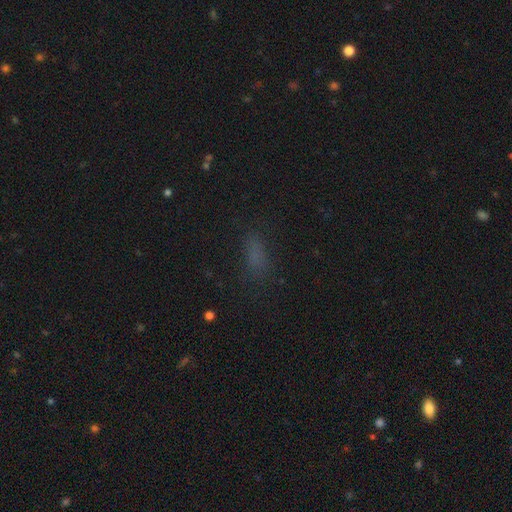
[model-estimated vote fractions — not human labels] smooth-or-featured: smooth: 69% | star or artifact: 22% | featured or disk: 9%
  how-rounded: in between: 71% | cigar-shaped: 23% | round: 7%
  merging: none: 74% | minor disturbance: 16% | major disturbance: 8% | merger: 2%